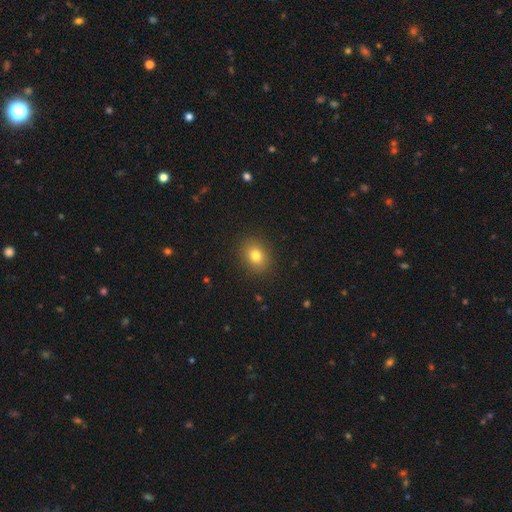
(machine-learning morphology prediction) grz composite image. It shows a smooth galaxy with no disk features (80%) that is round (55%). Merging: none (89%).